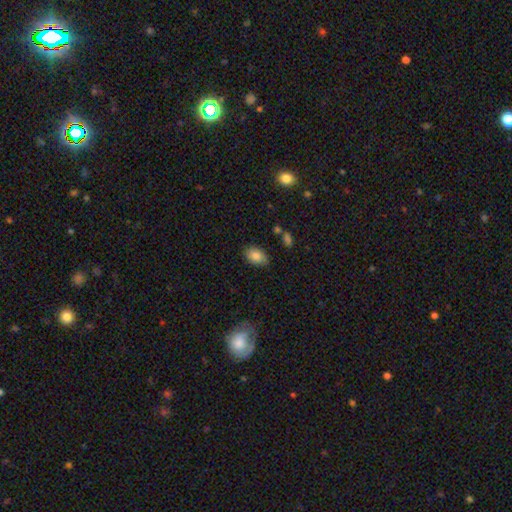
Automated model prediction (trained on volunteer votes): smooth_or_featured: smooth (p=0.85) [alt: star or artifact p=0.08]
how_rounded: in between (p=0.87) [alt: round p=0.12]
merging: none (p=0.81) [alt: minor disturbance p=0.14]